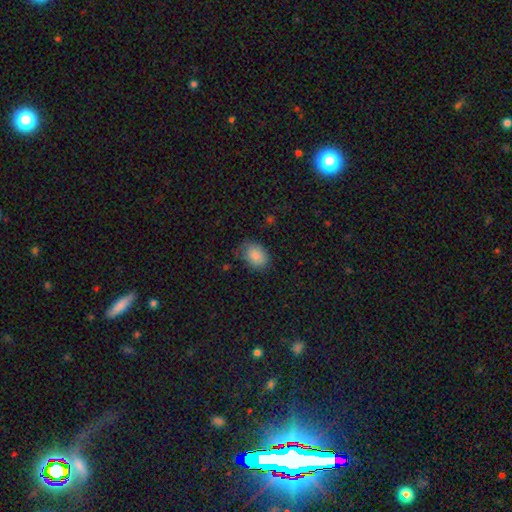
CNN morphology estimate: Smooth or featured?
  - smooth: 85% *
  - star or artifact: 8%
  - featured or disk: 7%
How rounded?
  - in between: 71% *
  - round: 28%
  - cigar-shaped: 1%
Merging?
  - none: 65% *
  - minor disturbance: 27%
  - major disturbance: 7%
  - merger: 1%